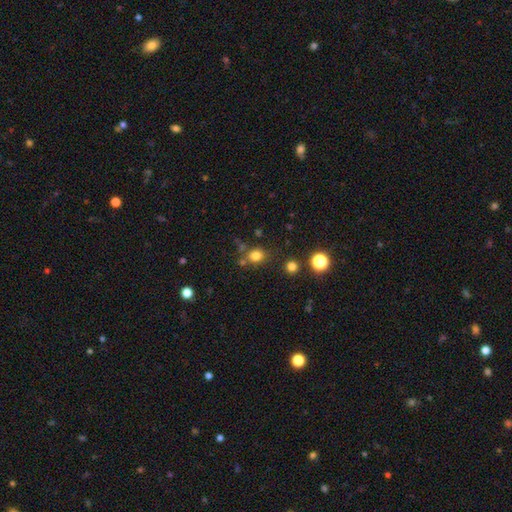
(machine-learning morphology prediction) type=smooth (78%); roundness=round (72%); merging=none (72%).